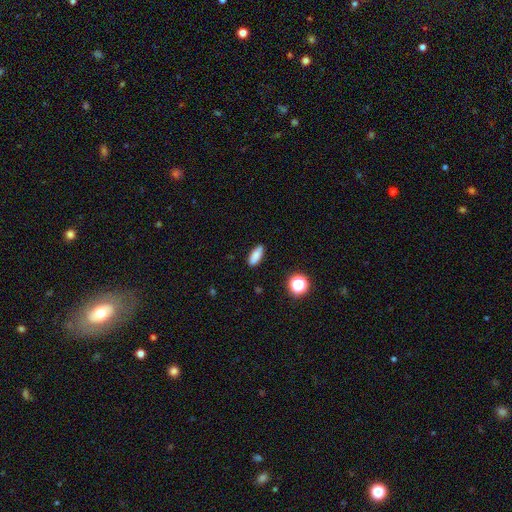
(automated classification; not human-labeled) Q: Smooth or featured?
A: smooth (84%); runner-up: star or artifact (9%)
Q: How rounded?
A: in between (74%); runner-up: cigar-shaped (22%)
Q: Merging?
A: none (87%); runner-up: minor disturbance (10%)